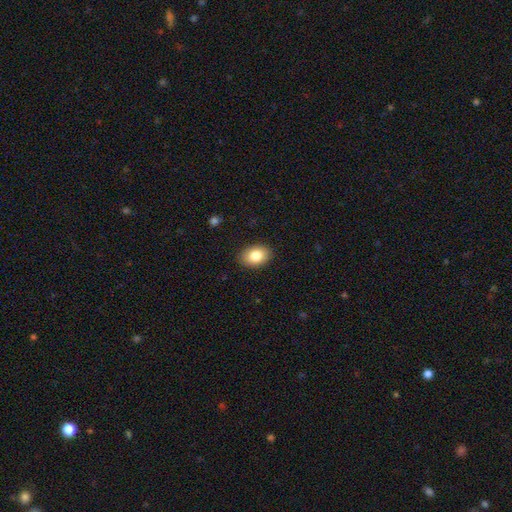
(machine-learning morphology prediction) A smooth galaxy with no disk features (84%) that is in between round and cigar-shaped (81%). Merging: none (89%).